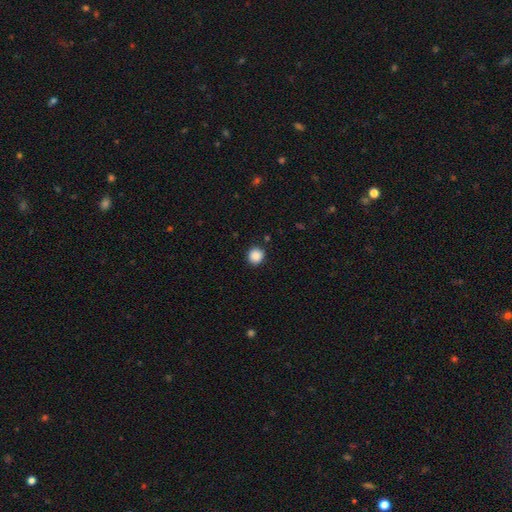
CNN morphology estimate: smooth-or-featured: smooth: 88% | star or artifact: 10% | featured or disk: 3%
  how-rounded: round: 93% | in between: 6% | cigar-shaped: 1%
  merging: none: 91% | minor disturbance: 6% | major disturbance: 2% | merger: 1%